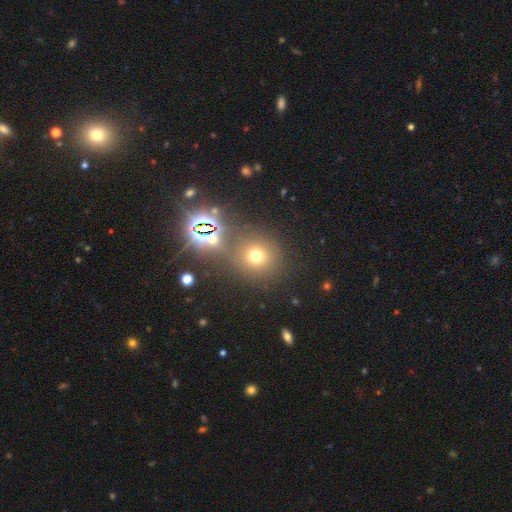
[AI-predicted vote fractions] smooth 63%, star or artifact 29%, featured or disk 8%. Down the decision tree: how rounded — round (89%); merging — none (76%).